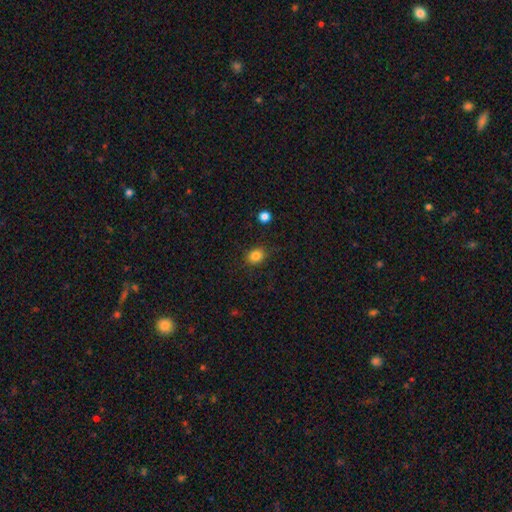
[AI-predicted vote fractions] This appears to be a smooth galaxy with no disk features (84%) that is round (61%). Merging: none (84%).